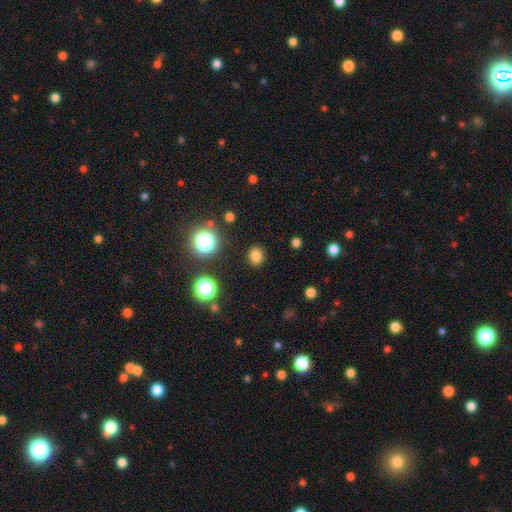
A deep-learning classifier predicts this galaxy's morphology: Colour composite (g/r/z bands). It shows a smooth galaxy with no disk features (80%) that is round (61%). Merging: none (88%).